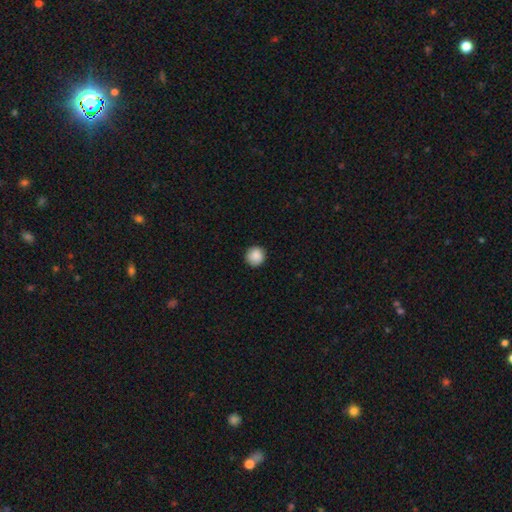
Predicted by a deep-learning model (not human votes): Q: Smooth or featured?
A: smooth (88%); runner-up: star or artifact (8%)
Q: How rounded?
A: round (94%); runner-up: in between (5%)
Q: Merging?
A: none (90%); runner-up: minor disturbance (7%)